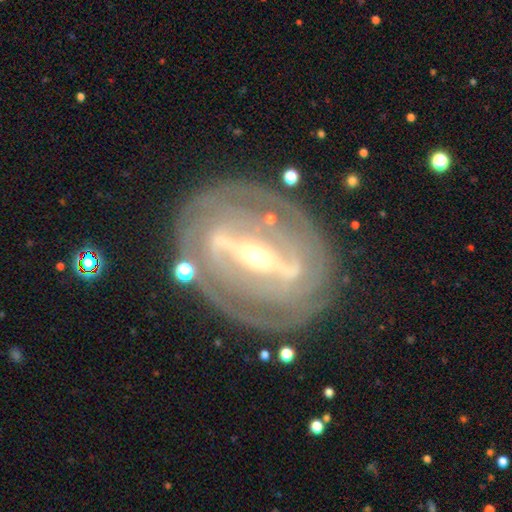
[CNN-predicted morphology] This is clearly a featured or disk galaxy (88%). It is clearly not viewed edge-on (89%). Bar: likely strong (79%). Spiral arm pattern: clearly yes (84%). Spiral arm count: marginally 2 (37%). Spiral winding: likely tight (72%). Central bulge: possibly small (58%). Merging: likely none (78%).